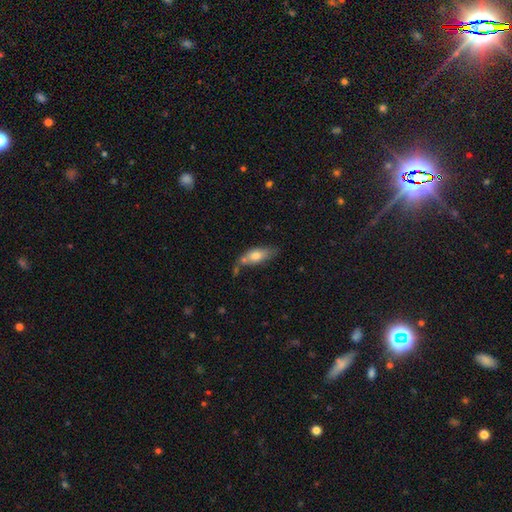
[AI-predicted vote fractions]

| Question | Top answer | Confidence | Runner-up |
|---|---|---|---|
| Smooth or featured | smooth | 68% | featured or disk (25%) |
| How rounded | in between | 74% | cigar-shaped (23%) |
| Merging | none | 48% | minor disturbance (24%) |